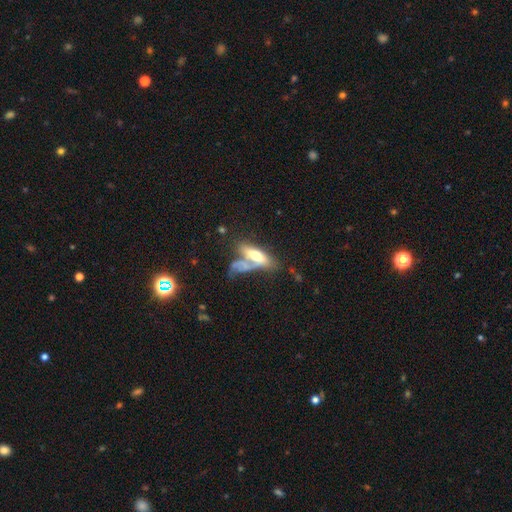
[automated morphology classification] This appears to be a smooth galaxy with no disk features (56%) that is in between round and cigar-shaped (60%). Merging: merger (45%).